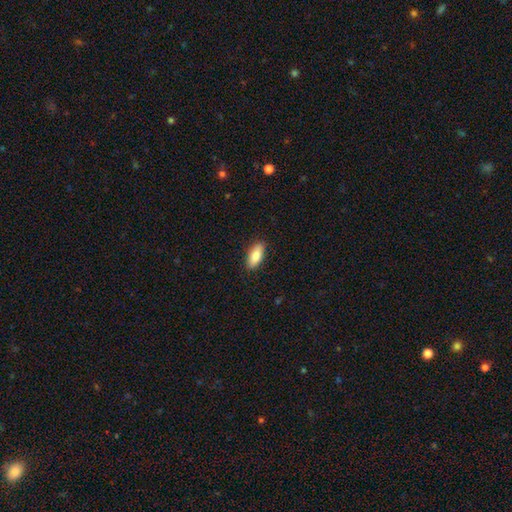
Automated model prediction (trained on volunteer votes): A smooth galaxy with no disk features (85%) that is in between round and cigar-shaped (83%).

Vote fractions:
- Smooth or featured? smooth: 85% / featured or disk: 9% / star or artifact: 6%
- How rounded? in between: 83% / cigar-shaped: 15% / round: 2%
- Merging? none: 88% / minor disturbance: 9% / major disturbance: 2% / merger: 1%